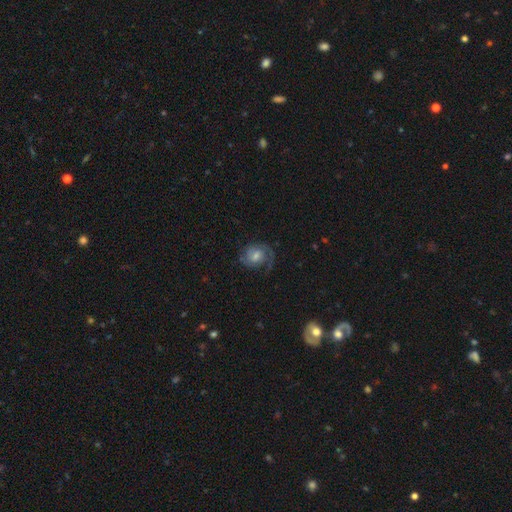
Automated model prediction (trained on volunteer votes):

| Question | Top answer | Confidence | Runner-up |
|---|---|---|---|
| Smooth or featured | featured or disk | 70% | smooth (23%) |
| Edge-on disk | no | 98% | yes (2%) |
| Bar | no | 53% | weak (41%) |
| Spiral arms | yes | 92% | no (8%) |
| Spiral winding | tight | 42% | medium (41%) |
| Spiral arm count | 2 | 62% | can't tell (16%) |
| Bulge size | moderate | 52% | small (34%) |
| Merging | none | 62% | minor disturbance (20%) |